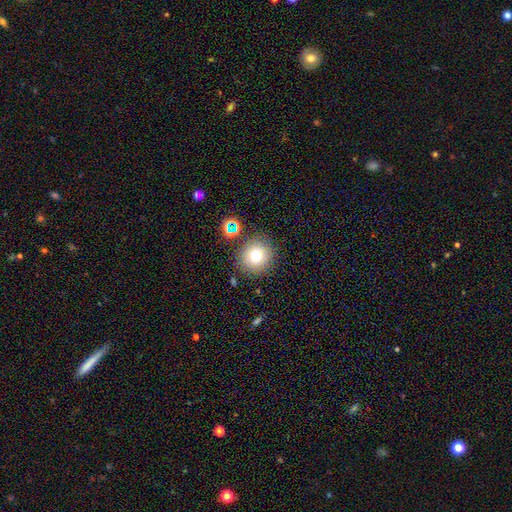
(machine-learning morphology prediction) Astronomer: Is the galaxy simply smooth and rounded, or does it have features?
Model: smooth — 73%.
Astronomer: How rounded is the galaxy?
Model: round — 92%.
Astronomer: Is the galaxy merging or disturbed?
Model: none — 84%.